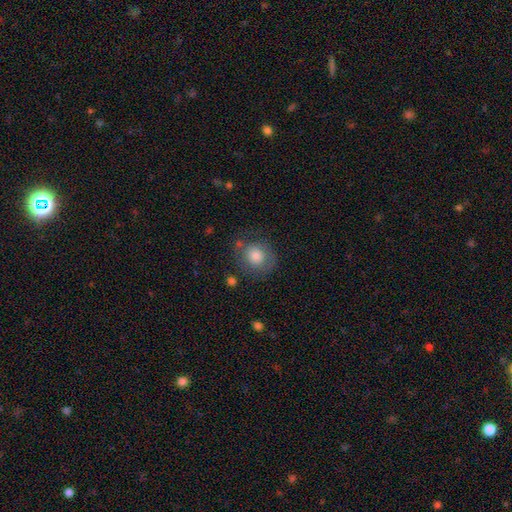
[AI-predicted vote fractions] smooth 71%, featured or disk 20%, star or artifact 9%. Down the decision tree: how rounded — round (83%); merging — none (70%).